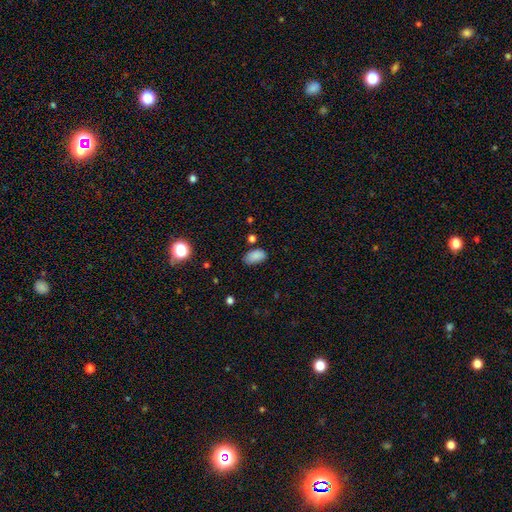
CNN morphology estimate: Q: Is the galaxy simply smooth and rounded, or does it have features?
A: smooth — 85%.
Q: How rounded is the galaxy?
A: in between — 93%.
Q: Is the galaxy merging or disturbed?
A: none — 73%.